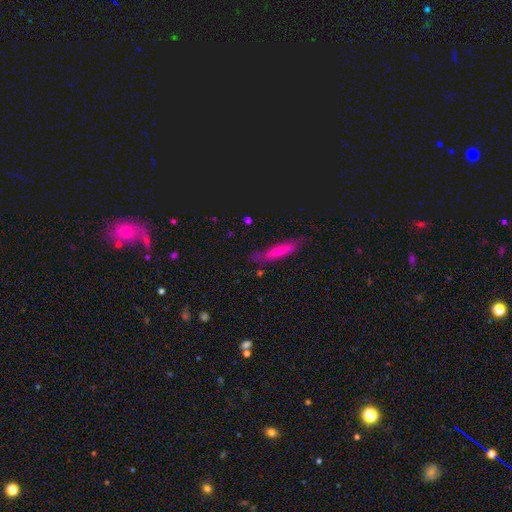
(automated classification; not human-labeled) Q: Smooth or featured?
A: smooth (61%); runner-up: featured or disk (25%)
Q: How rounded?
A: cigar-shaped (76%); runner-up: in between (20%)
Q: Merging?
A: none (72%); runner-up: minor disturbance (19%)